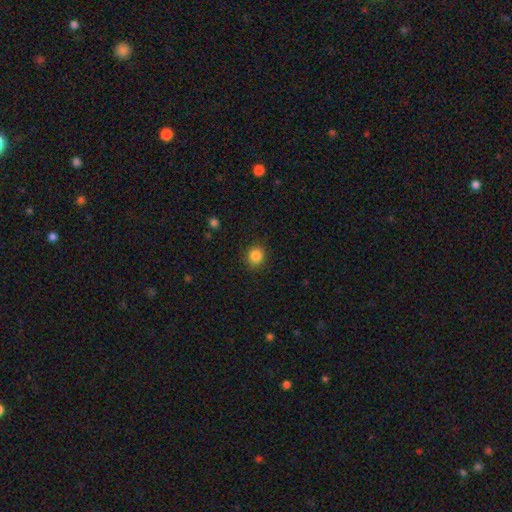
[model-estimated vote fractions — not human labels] Smooth or featured? Predicted: smooth (p=0.85). How rounded? Predicted: round (p=0.83). Merging? Predicted: none (p=0.88).